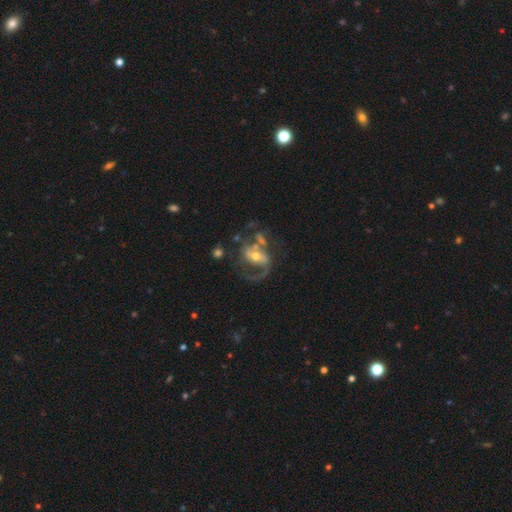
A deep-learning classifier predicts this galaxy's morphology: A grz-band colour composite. It shows a featured or disk galaxy (80%) with no bar (35%, tied with weak), 2 (60%) medium (44%) spiral arms (83%) and a moderate central bulge (59%). Merging: none (38%).